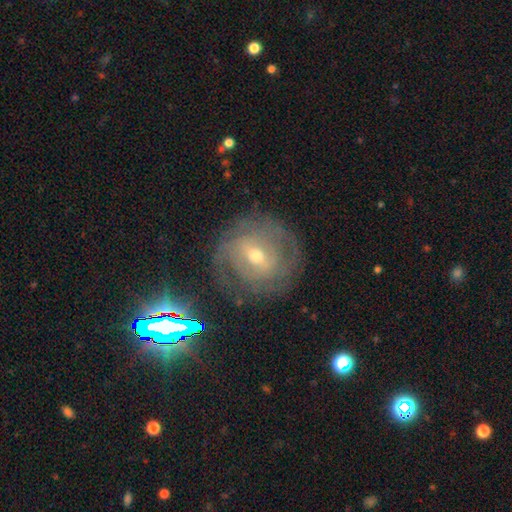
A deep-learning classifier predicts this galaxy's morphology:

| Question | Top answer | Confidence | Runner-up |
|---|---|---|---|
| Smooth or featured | featured or disk | 71% | smooth (15%) |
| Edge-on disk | no | 95% | yes (5%) |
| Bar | weak | 48% | no (26%) |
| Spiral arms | yes | 83% | no (17%) |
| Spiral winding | tight | 65% | medium (27%) |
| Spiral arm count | can't tell | 45% | 2 (28%) |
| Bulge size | moderate | 49% | small (47%) |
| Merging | none | 78% | minor disturbance (13%) |